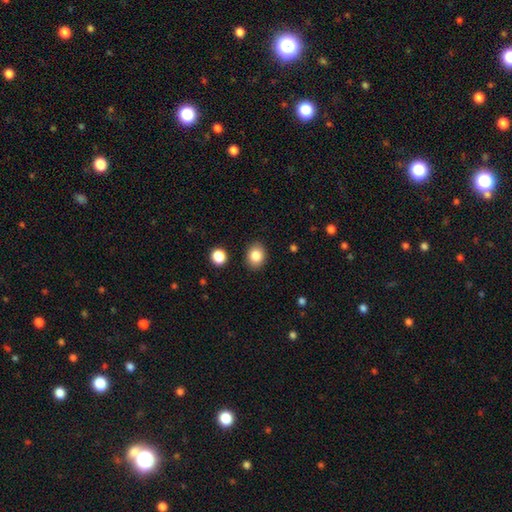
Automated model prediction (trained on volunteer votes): This appears to be a smooth galaxy with no disk features (84%) that is round (53%). Merging: none (89%).